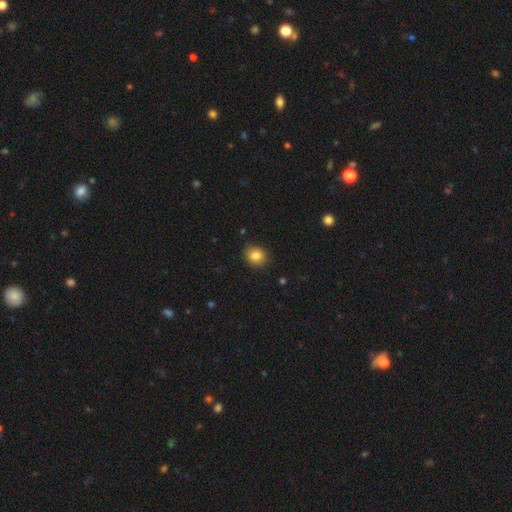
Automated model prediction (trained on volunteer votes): Smooth or featured: smooth — 84% (star or artifact — 10%)
How rounded: round — 74% (in between — 25%)
Merging: none — 88% (minor disturbance — 9%)